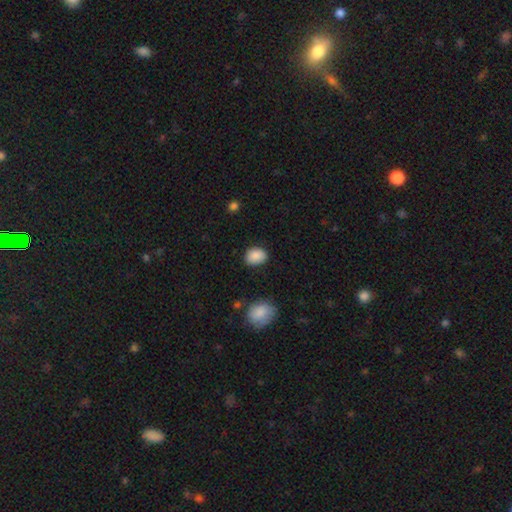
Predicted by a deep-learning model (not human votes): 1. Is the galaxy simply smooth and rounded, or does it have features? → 88% smooth, 8% star or artifact, 4% featured or disk.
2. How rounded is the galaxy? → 67% in between, 32% round, 1% cigar-shaped.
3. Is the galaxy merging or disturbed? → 82% none, 14% minor disturbance, 3% major disturbance, 2% merger.